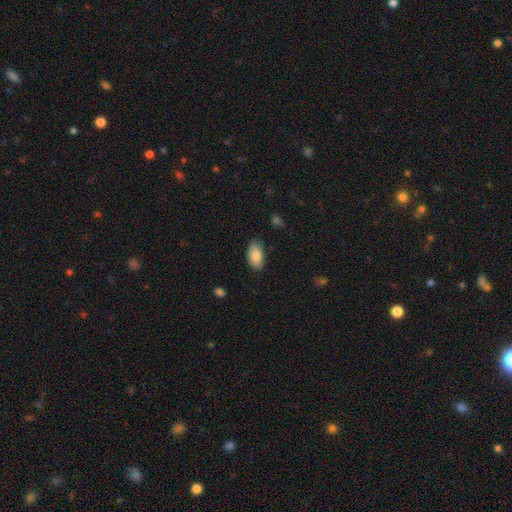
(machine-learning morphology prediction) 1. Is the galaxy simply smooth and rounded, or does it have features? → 84% smooth, 9% featured or disk, 6% star or artifact.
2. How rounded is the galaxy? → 93% in between, 4% cigar-shaped, 3% round.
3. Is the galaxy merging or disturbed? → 85% none, 12% minor disturbance, 2% major disturbance, 1% merger.